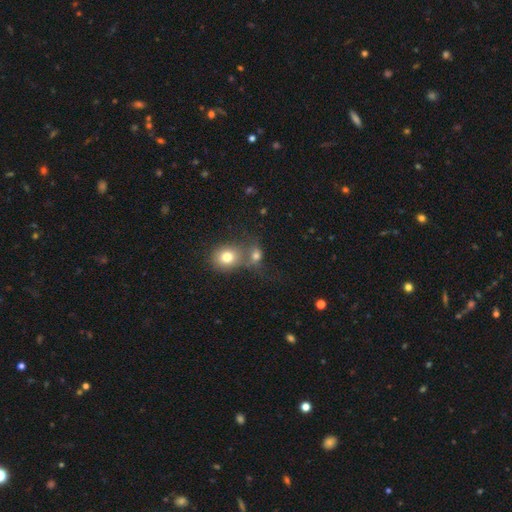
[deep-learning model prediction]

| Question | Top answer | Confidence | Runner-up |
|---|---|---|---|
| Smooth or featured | smooth | 75% | star or artifact (14%) |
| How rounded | round | 59% | in between (39%) |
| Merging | merger | 51% | none (33%) |